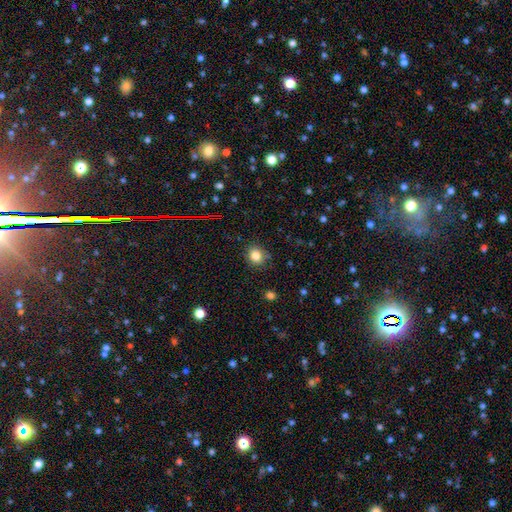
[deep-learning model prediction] This is clearly a smooth galaxy (82%). How rounded: likely round (77%). Merging: clearly none (83%).